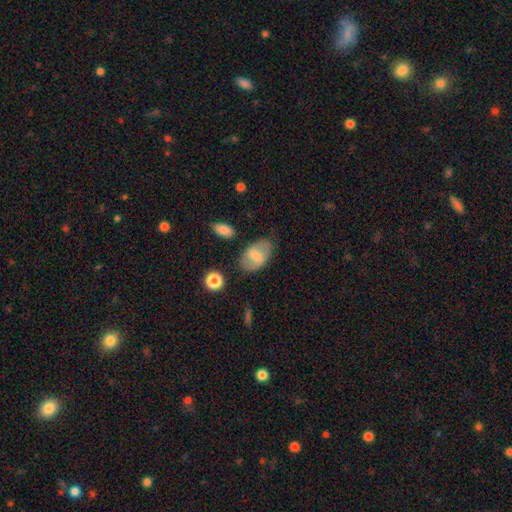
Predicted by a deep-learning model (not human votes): The model was most divided on "smooth or featured": smooth: 54%, featured or disk: 38%, star or artifact: 8%. More confident: how rounded — in between (89%); merging — none (76%).